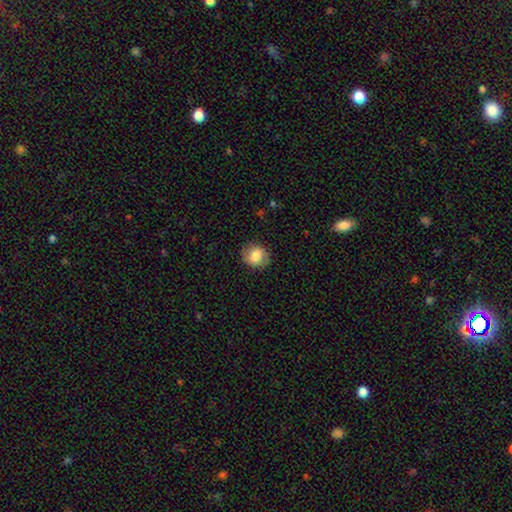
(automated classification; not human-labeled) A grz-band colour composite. It shows a smooth galaxy with no disk features (75%) that is round (73%). Merging: none (83%).